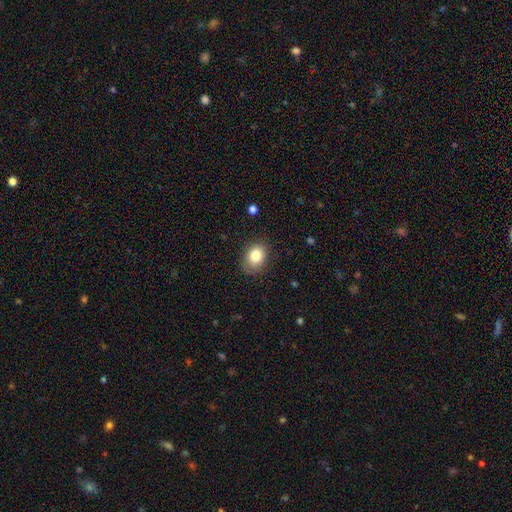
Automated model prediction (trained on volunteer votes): This appears to be a smooth galaxy with no disk features (81%) that is in between round and cigar-shaped (58%). Merging: none (84%).